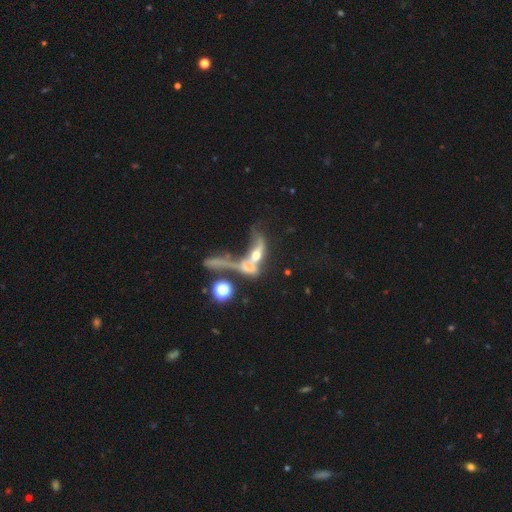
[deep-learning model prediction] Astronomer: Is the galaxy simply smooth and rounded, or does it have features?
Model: featured or disk — 56%.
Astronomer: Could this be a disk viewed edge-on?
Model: no — 70%.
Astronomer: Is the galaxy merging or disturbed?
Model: merger — 57%.